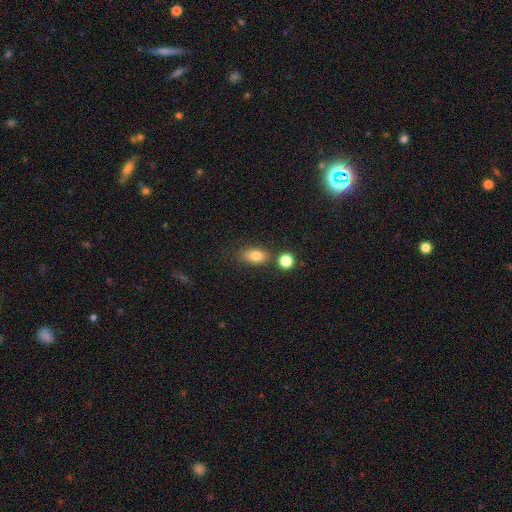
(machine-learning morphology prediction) type=smooth (81%); roundness=in between (82%); merging=none (70%).